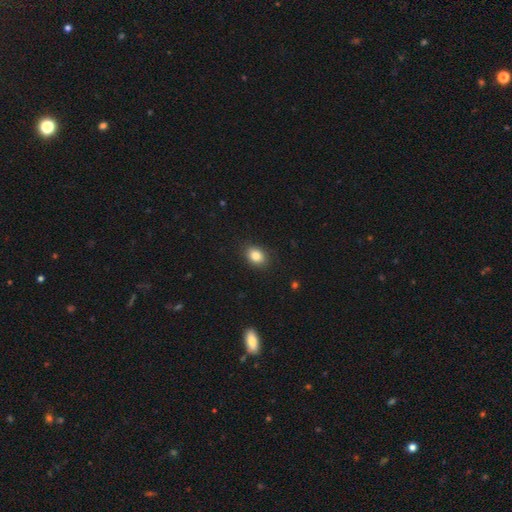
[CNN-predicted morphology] A smooth galaxy with no disk features (85%) that is in between round and cigar-shaped (68%). Merging: none (88%).